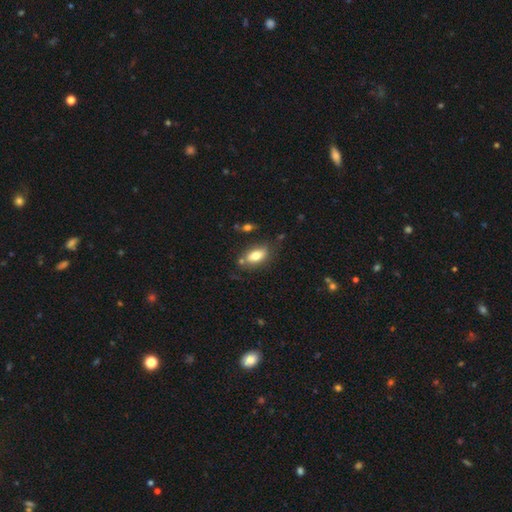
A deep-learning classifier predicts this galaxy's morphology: smooth-or-featured: smooth: 76% | featured or disk: 16% | star or artifact: 8%
  how-rounded: in between: 88% | round: 7% | cigar-shaped: 5%
  merging: none: 68% | minor disturbance: 18% | merger: 10% | major disturbance: 5%